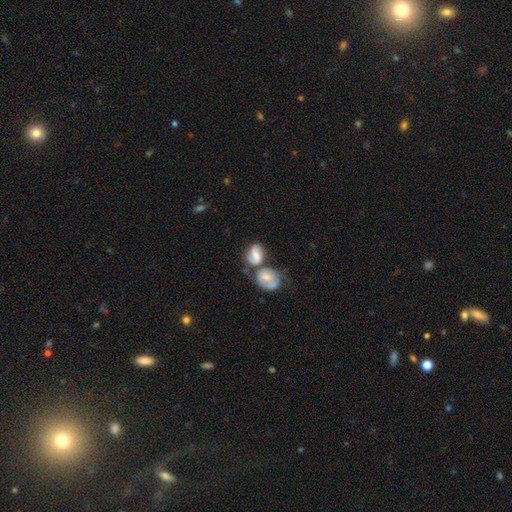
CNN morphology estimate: Overall: smooth (52%; featured or disk 40%). How rounded: in between (71%). Merging: merger (52%; none 25%).